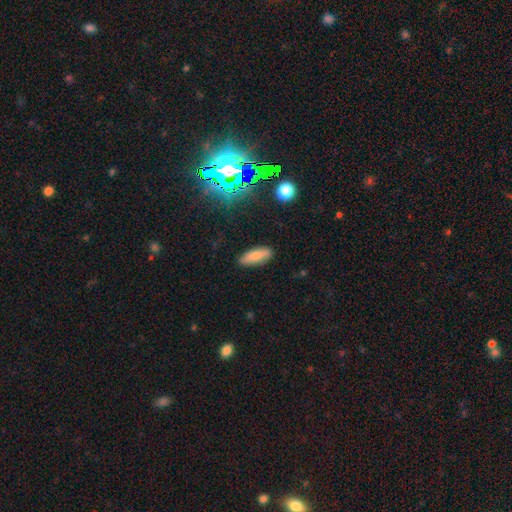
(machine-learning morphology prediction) Smooth or featured? Predicted: smooth (p=0.80). How rounded? Predicted: in between (p=0.65). Merging? Predicted: none (p=0.85).